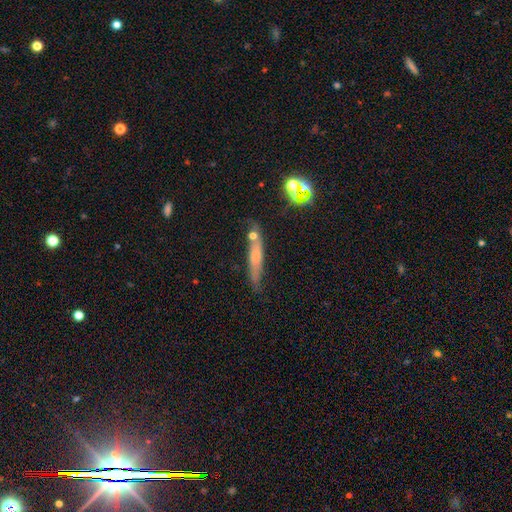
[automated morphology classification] Q: Smooth or featured?
A: smooth (52%); runner-up: featured or disk (34%)
Q: How rounded?
A: cigar-shaped (86%); runner-up: in between (11%)
Q: Merging?
A: none (63%); runner-up: minor disturbance (21%)